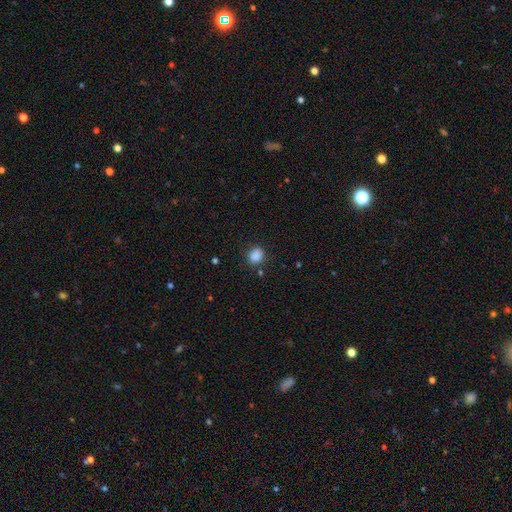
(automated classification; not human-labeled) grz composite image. It shows a smooth galaxy with no disk features (86%) that is round (68%). Merging: none (77%).